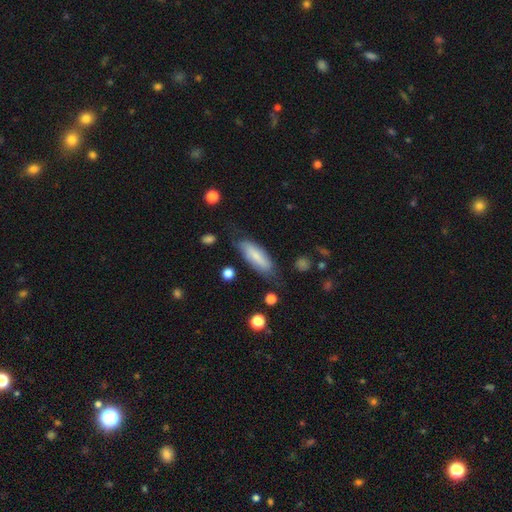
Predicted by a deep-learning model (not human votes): This appears to be a smooth galaxy with no disk features (64%) that is in between round and cigar-shaped (57%). Merging: none (69%).